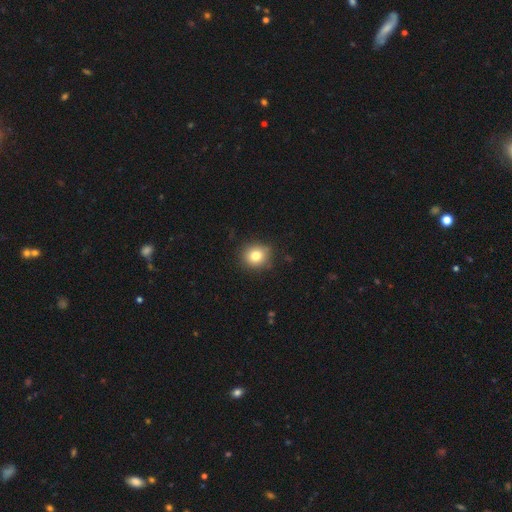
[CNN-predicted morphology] A smooth galaxy with no disk features (80%) that is round (86%). Merging: none (86%).